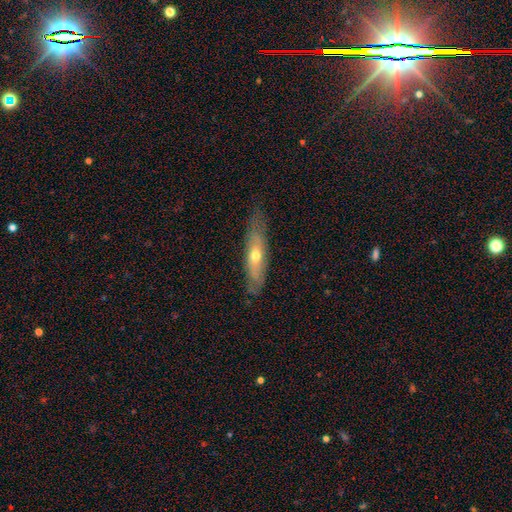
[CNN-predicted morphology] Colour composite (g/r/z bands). It shows a featured or disk galaxy (47%, tied with smooth). Merging: none (73%).